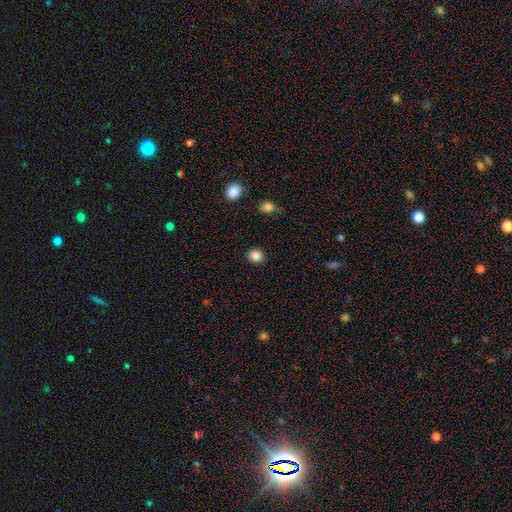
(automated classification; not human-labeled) Smooth or featured? Predicted: smooth (p=0.86). How rounded? Predicted: round (p=0.81). Merging? Predicted: none (p=0.90).